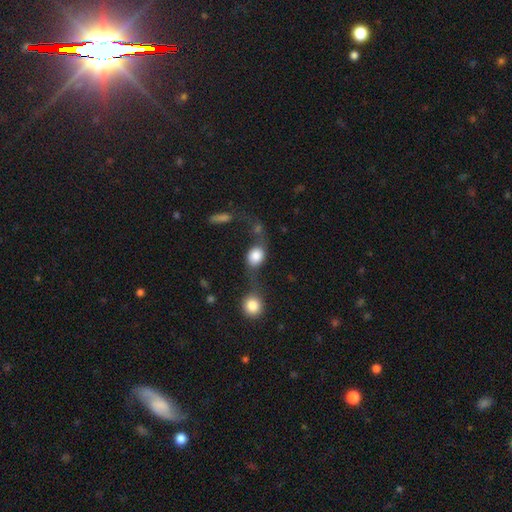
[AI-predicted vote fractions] A smooth galaxy with no disk features (73%) that is round (50%). Merging: merger (42%).